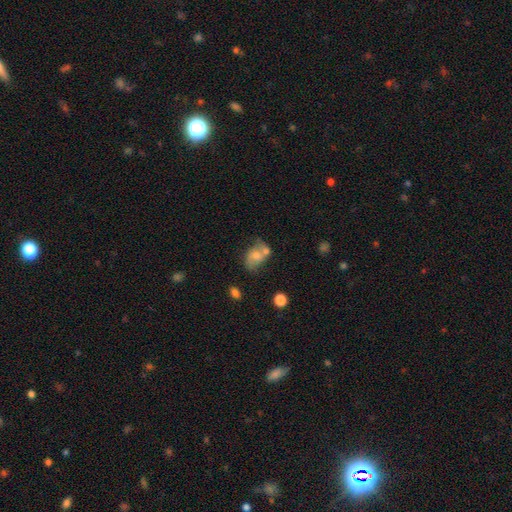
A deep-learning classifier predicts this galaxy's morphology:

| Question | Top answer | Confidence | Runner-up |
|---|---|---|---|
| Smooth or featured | smooth | 48% | featured or disk (42%) |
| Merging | none | 35% | tied: merger (35%) |